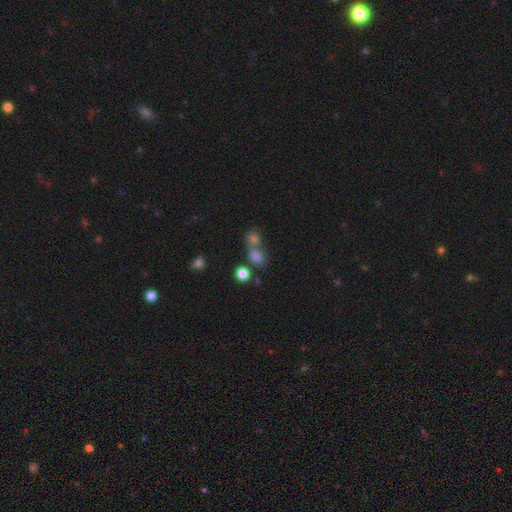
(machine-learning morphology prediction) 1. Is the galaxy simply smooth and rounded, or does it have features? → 73% smooth, 19% star or artifact, 8% featured or disk.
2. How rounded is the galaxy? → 51% round, 46% in between, 2% cigar-shaped.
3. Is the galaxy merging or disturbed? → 44% none, 42% merger, 9% minor disturbance, 5% major disturbance.